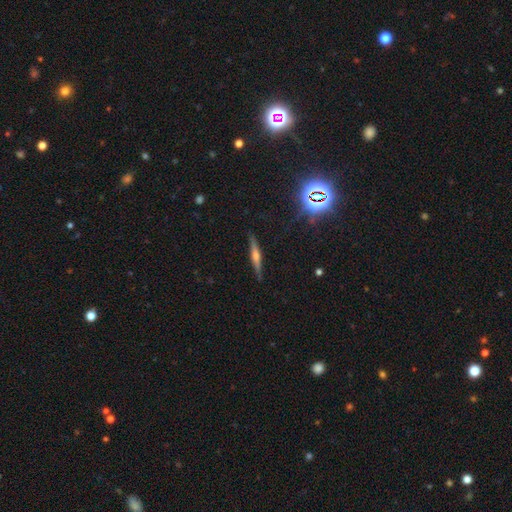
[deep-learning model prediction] Smooth or featured?
  - featured or disk: 64% *
  - smooth: 26%
  - star or artifact: 10%
Edge-on disk?
  - yes: 97% *
  - no: 3%
Edge-on bulge?
  - rounded: 82% *
  - none: 10%
  - boxy: 8%
Merging?
  - none: 88% *
  - minor disturbance: 9%
  - major disturbance: 2%
  - merger: 1%